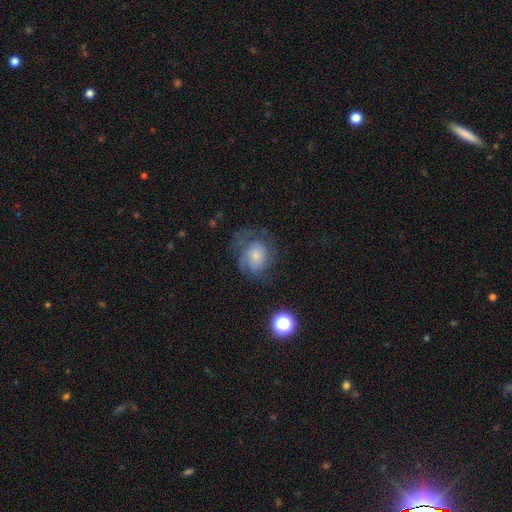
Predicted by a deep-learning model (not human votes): Smooth or featured? featured or disk (48%)
Merging? none (46%)